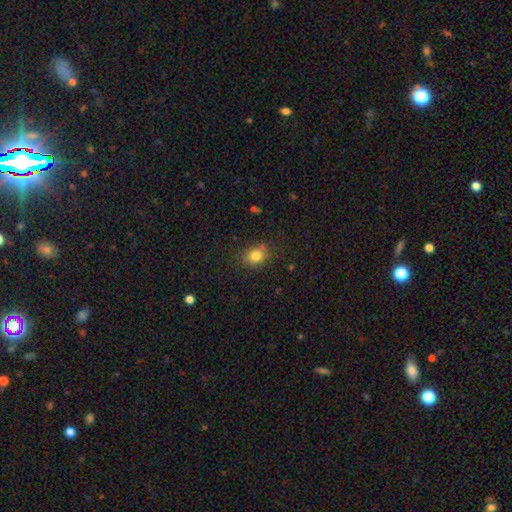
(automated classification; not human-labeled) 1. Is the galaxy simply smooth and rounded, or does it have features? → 81% smooth, 12% star or artifact, 7% featured or disk.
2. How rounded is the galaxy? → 51% in between, 48% round, 1% cigar-shaped.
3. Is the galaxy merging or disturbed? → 78% none, 15% minor disturbance, 4% major disturbance, 3% merger.